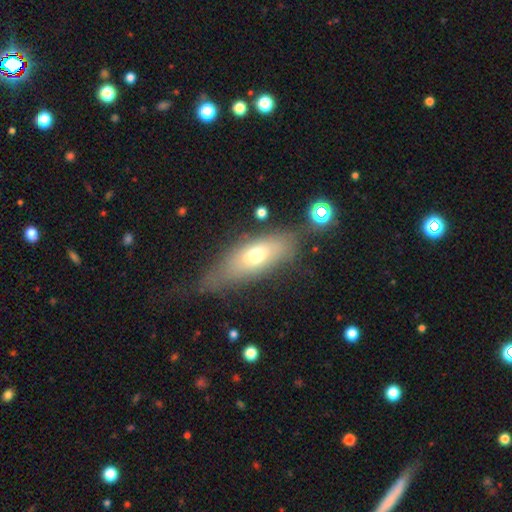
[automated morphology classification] Smooth or featured? Predicted: smooth (p=0.63). How rounded? Predicted: in between (p=0.68). Merging? Predicted: none (p=0.57).